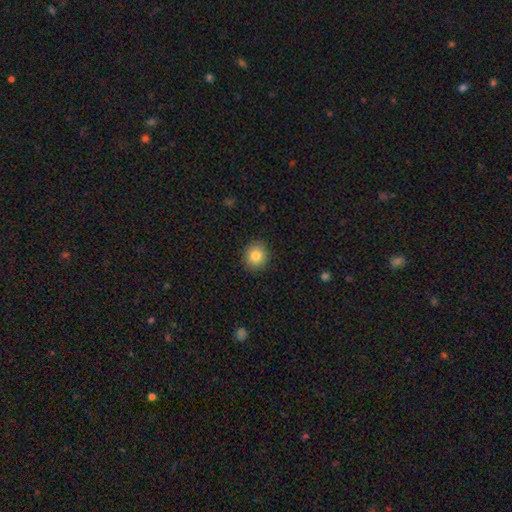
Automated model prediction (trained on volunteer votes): Smooth or featured: smooth — 84% (star or artifact — 9%)
How rounded: round — 87% (in between — 12%)
Merging: none — 91% (minor disturbance — 6%)